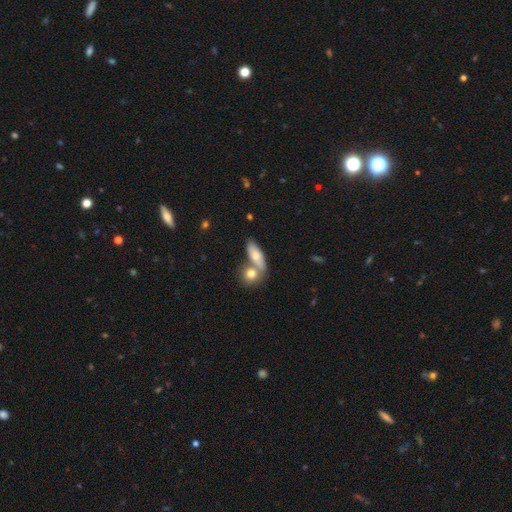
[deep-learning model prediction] smooth 69%, featured or disk 25%, star or artifact 7%. Down the decision tree: how rounded — in between (67%); merging — merger (45%).